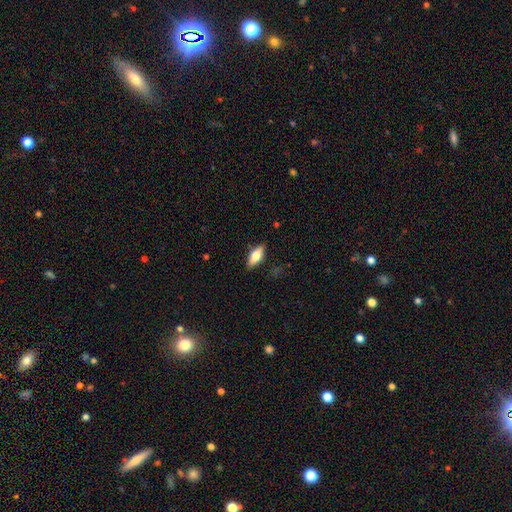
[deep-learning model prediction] A smooth galaxy with no disk features (63%) that is in between round and cigar-shaped (76%). Merging: none (83%).